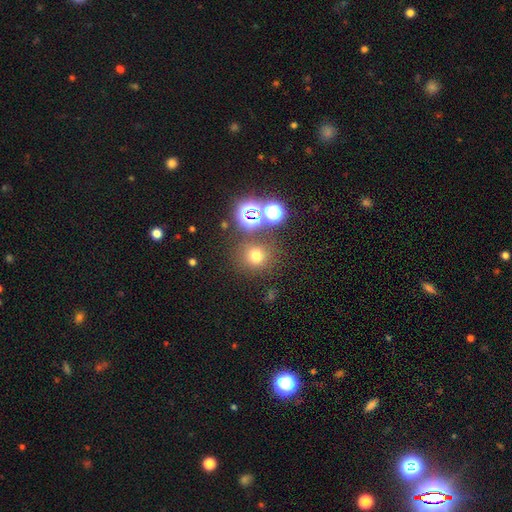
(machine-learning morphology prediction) Smooth or featured: smooth — 66% (star or artifact — 26%)
How rounded: round — 90% (in between — 9%)
Merging: none — 78% (merger — 9%)